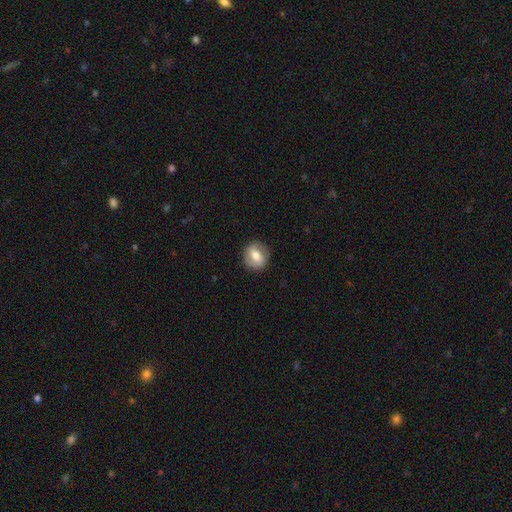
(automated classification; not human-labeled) This appears to be a smooth galaxy with no disk features (52%) that is round (78%). Merging: none (85%).